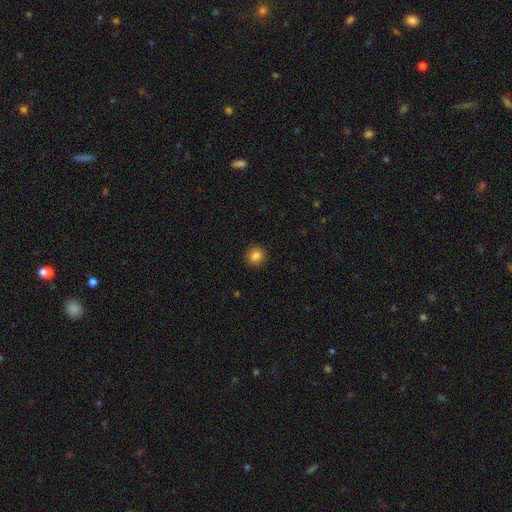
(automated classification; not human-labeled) Morphology: type=smooth (85%); roundness=round (88%); merging=none (91%).